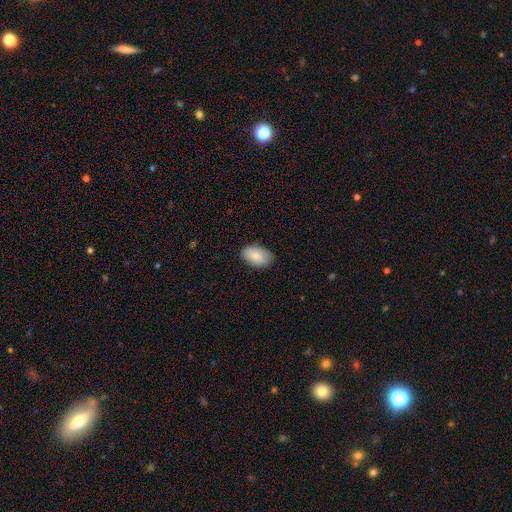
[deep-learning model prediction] This is clearly a smooth galaxy (84%). How rounded: clearly in between (92%). Merging: likely none (79%).